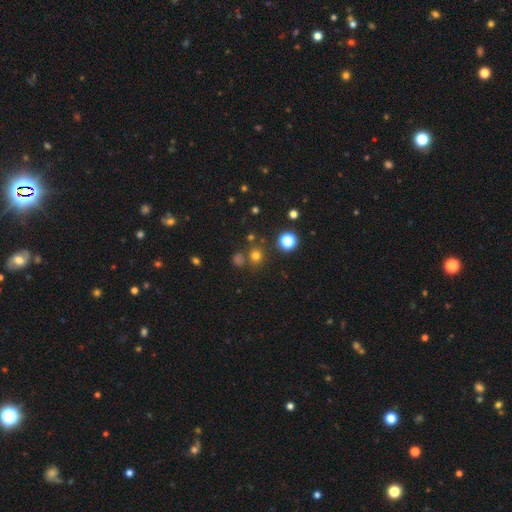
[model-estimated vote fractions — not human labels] Q: Smooth or featured?
A: smooth (69%); runner-up: star or artifact (24%)
Q: How rounded?
A: round (90%); runner-up: in between (9%)
Q: Merging?
A: none (78%); runner-up: merger (11%)